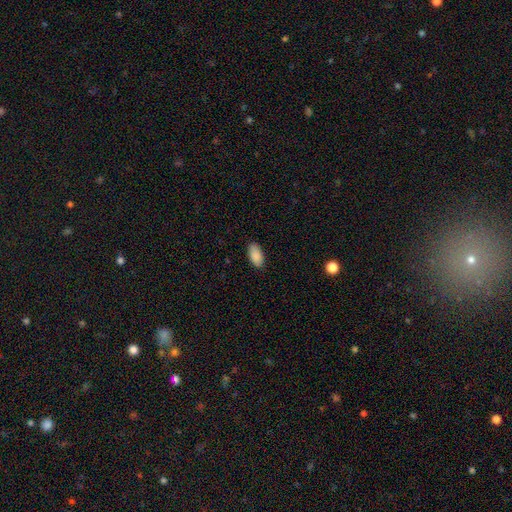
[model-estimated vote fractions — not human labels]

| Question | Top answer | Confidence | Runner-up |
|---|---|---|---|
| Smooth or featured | smooth | 90% | star or artifact (6%) |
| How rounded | in between | 94% | cigar-shaped (4%) |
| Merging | none | 87% | minor disturbance (10%) |